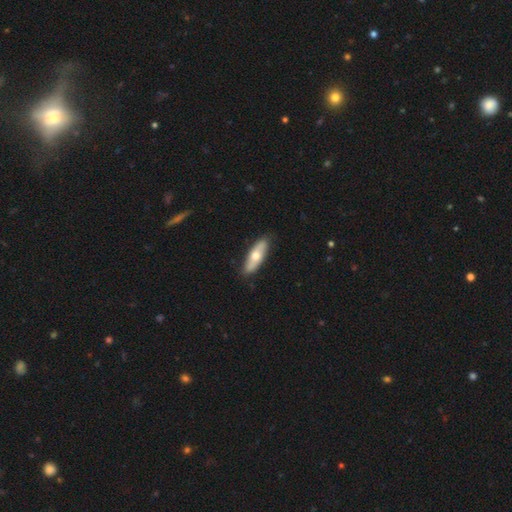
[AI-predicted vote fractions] The model was most divided on "smooth or featured": smooth: 56%, featured or disk: 40%, star or artifact: 5%. More confident: merging — none (85%); how rounded — in between (57%).